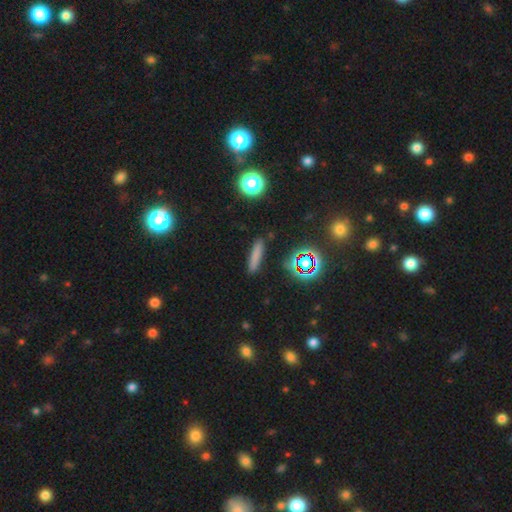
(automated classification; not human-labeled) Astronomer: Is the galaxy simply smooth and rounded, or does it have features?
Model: smooth — 71%.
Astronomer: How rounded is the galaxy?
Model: cigar-shaped — 86%.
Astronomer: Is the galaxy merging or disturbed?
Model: none — 88%.